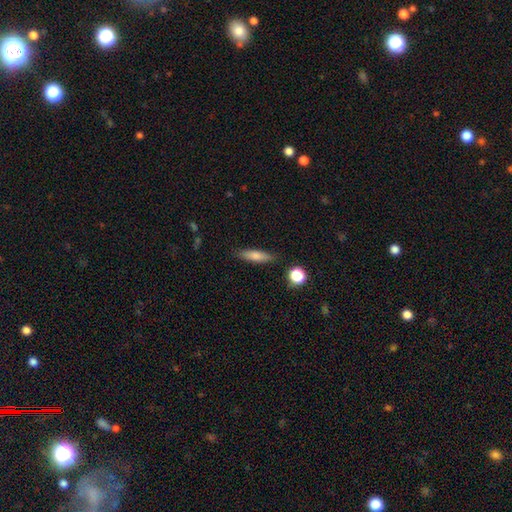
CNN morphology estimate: Overall: smooth (74%). How rounded: cigar-shaped (68%; in between 29%). Merging: none (85%).